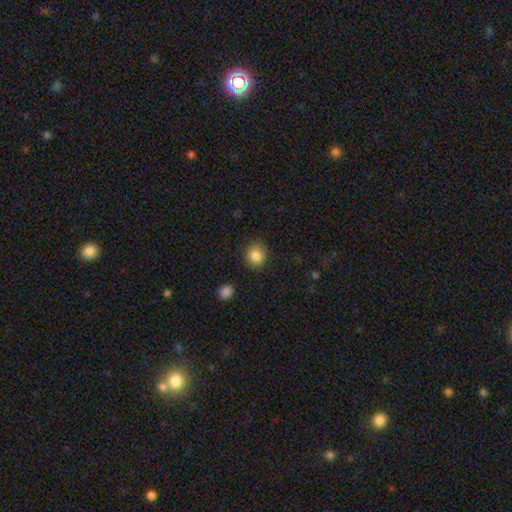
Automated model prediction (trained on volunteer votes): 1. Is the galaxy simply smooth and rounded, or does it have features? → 85% smooth, 9% star or artifact, 5% featured or disk.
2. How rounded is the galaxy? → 79% round, 20% in between, 1% cigar-shaped.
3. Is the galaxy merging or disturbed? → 85% none, 11% minor disturbance, 3% major disturbance, 1% merger.